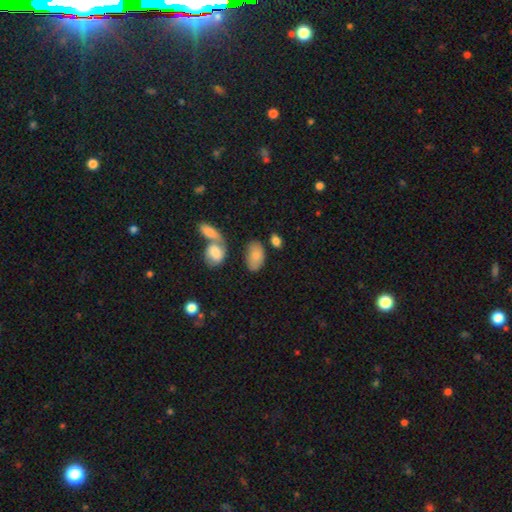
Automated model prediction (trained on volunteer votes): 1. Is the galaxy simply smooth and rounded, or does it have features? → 78% smooth, 16% featured or disk, 7% star or artifact.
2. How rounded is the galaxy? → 92% in between, 6% round, 2% cigar-shaped.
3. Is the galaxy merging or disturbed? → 59% none, 18% merger, 17% minor disturbance, 6% major disturbance.